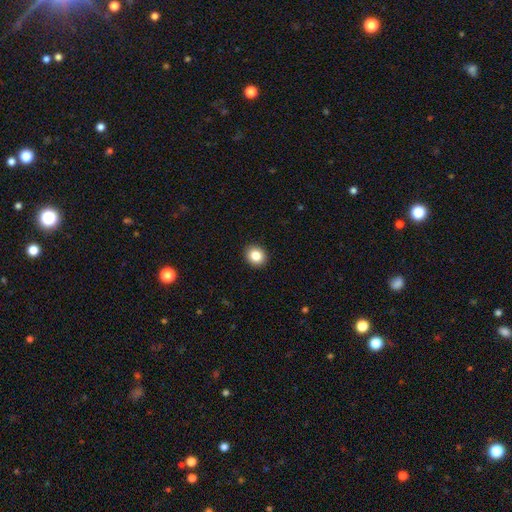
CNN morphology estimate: smooth_or_featured: smooth (p=0.84) [alt: star or artifact p=0.09]
how_rounded: round (p=0.74) [alt: in between p=0.26]
merging: none (p=0.92) [alt: minor disturbance p=0.05]